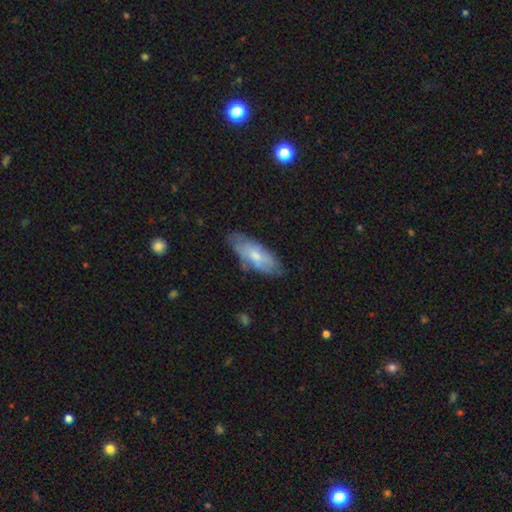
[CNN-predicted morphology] Overall: smooth (56%; featured or disk 37%). How rounded: in between (77%). Merging: none (63%; minor disturbance 28%).